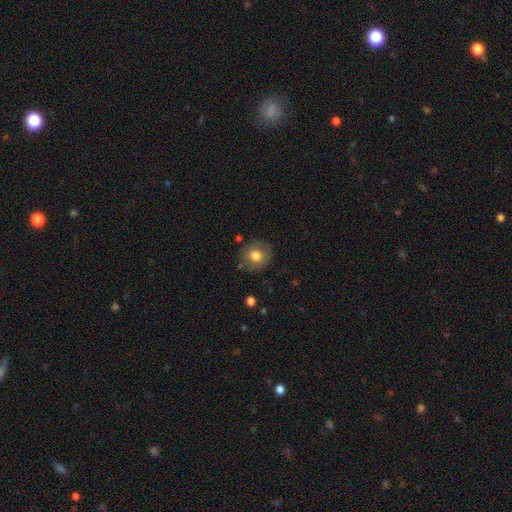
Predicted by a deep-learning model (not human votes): A smooth galaxy with no disk features (76%) that is round (86%).

Vote fractions:
- Smooth or featured? smooth: 76% / featured or disk: 15% / star or artifact: 9%
- How rounded? round: 86% / in between: 13% / cigar-shaped: 1%
- Merging? none: 84% / minor disturbance: 11% / major disturbance: 3% / merger: 2%